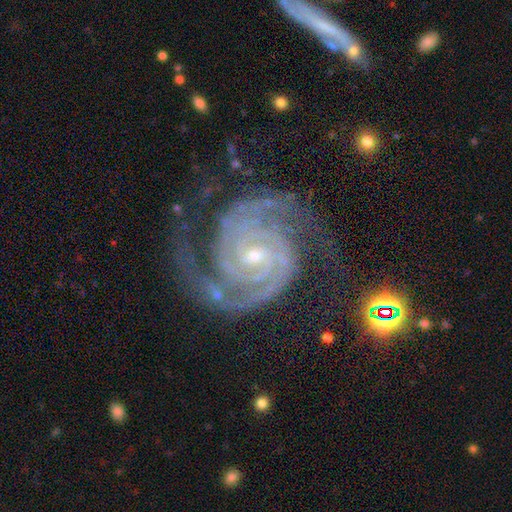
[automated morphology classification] This is clearly a featured or disk galaxy (93%). It is clearly not viewed edge-on (98%). Bar: possibly no (53%). Spiral arm pattern: clearly yes (99%). Spiral arm count: likely 2 (70%). Spiral winding: likely tight (73%). Central bulge: likely small (68%). Merging: likely none (69%).